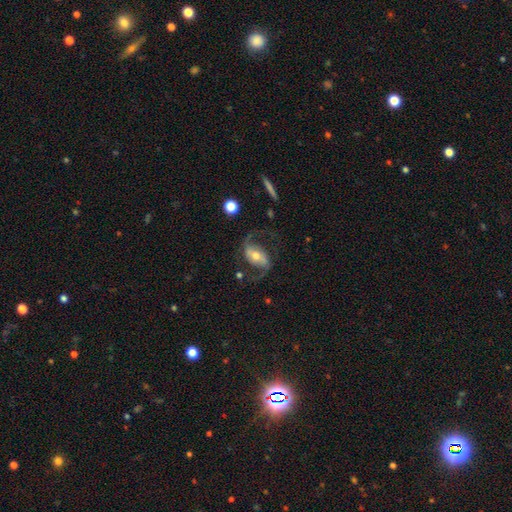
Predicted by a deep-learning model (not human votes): featured or disk 81%, smooth 12%, star or artifact 6%. Down the decision tree: edge-on disk — no (96%); bar — strong (37%); spiral arms — yes (94%); spiral arm count — 2 (92%); spiral winding — loose (62%); bulge size — moderate (63%); merging — none (70%).